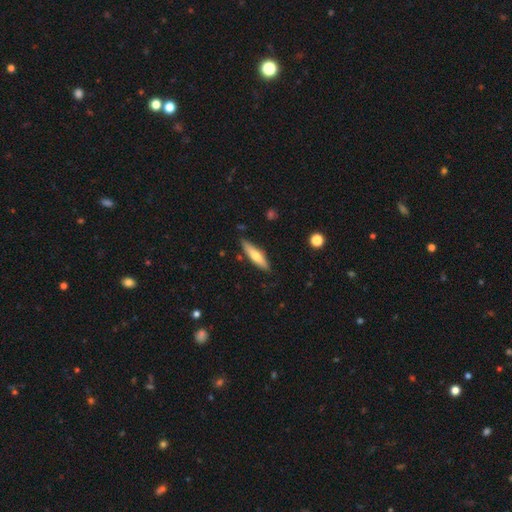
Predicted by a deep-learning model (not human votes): smooth 58%, featured or disk 36%, star or artifact 6%. Down the decision tree: how rounded — cigar-shaped (74%); merging — none (84%).